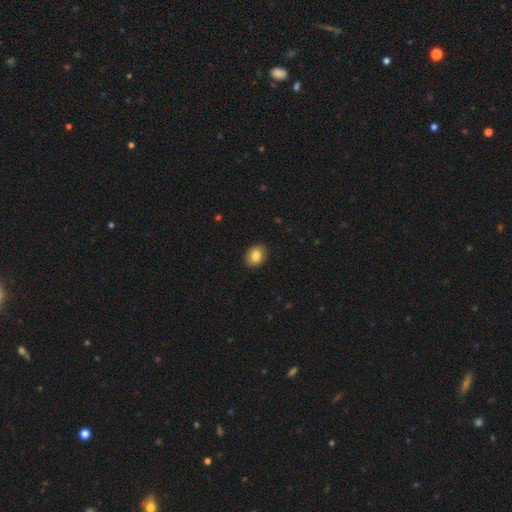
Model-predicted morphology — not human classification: type=smooth (83%); roundness=in between (52%); merging=none (90%).